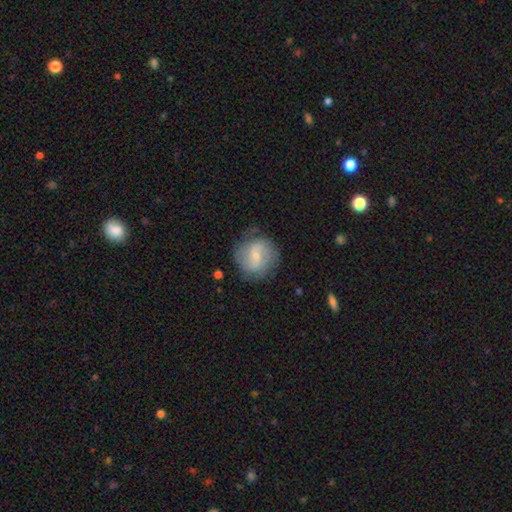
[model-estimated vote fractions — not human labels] A featured or disk galaxy (50%).

Vote fractions:
- Smooth or featured? featured or disk: 50% / smooth: 43% / star or artifact: 7%
- Merging? none: 72% / minor disturbance: 19% / major disturbance: 8% / merger: 2%